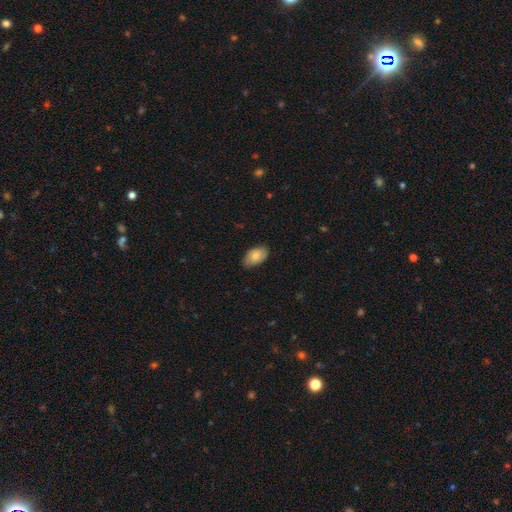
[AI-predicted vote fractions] Smooth or featured? Predicted: smooth (p=0.77). How rounded? Predicted: in between (p=0.92). Merging? Predicted: none (p=0.76).